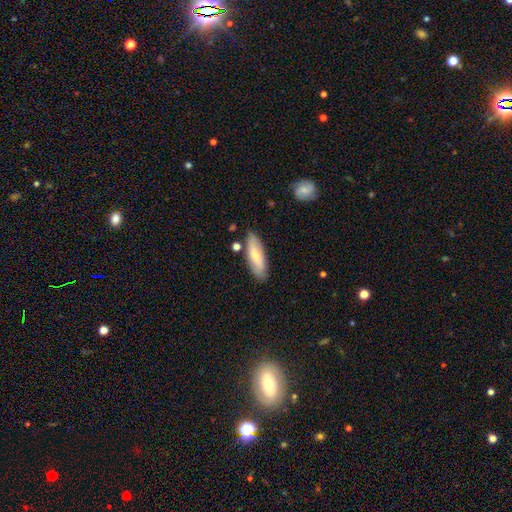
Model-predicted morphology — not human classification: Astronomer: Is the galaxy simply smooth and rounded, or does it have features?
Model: smooth — 65%.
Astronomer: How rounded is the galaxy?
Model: in between — 57% (runner-up: cigar-shaped, 41%).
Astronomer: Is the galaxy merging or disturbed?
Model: none — 80%.